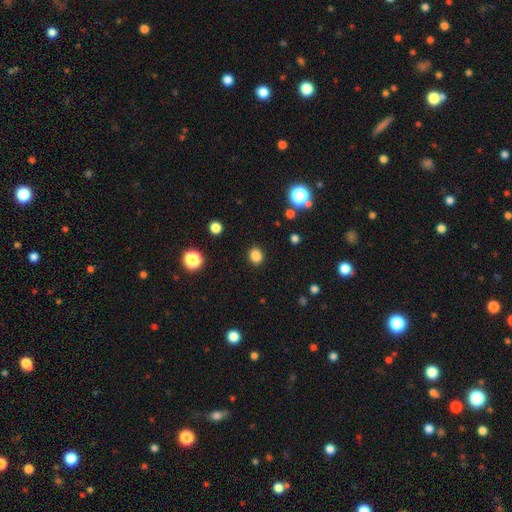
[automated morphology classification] smooth 84%, star or artifact 13%, featured or disk 3%. Down the decision tree: how rounded — round (64%); merging — none (89%).